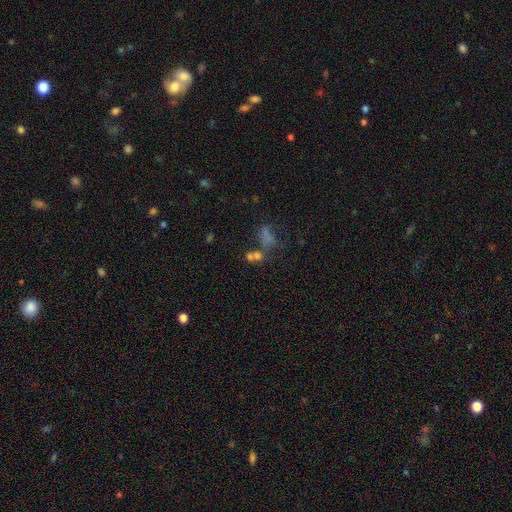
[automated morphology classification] Q: Smooth or featured?
A: smooth (57%); runner-up: star or artifact (28%)
Q: How rounded?
A: in between (60%); runner-up: round (34%)
Q: Merging?
A: none (40%); runner-up: merger (38%)